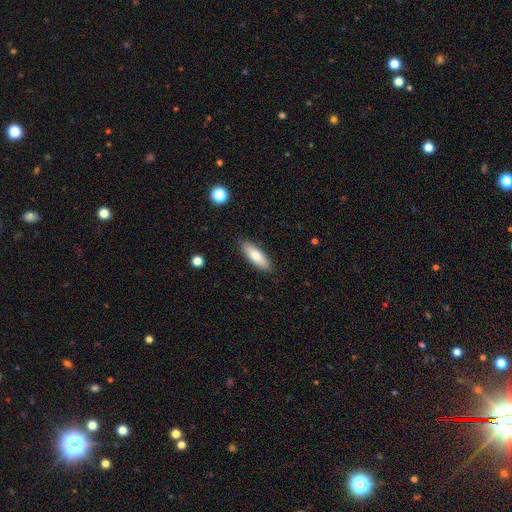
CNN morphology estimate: smooth_or_featured: smooth (p=0.72) [alt: featured or disk p=0.21]
how_rounded: in between (p=0.56) [alt: cigar-shaped p=0.42]
merging: none (p=0.88) [alt: minor disturbance p=0.09]